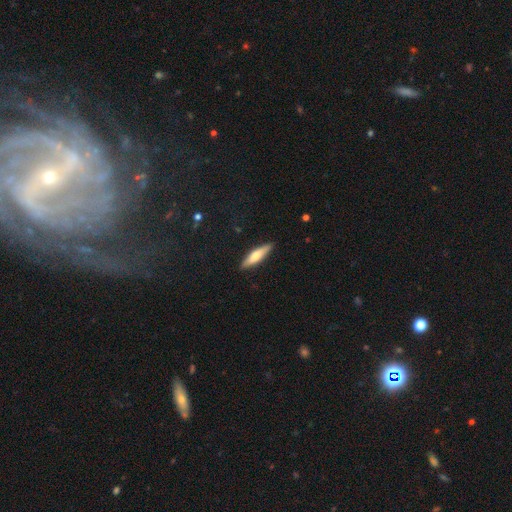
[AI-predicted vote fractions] This is possibly a smooth galaxy (56%). How rounded: likely cigar-shaped (74%). Merging: clearly none (88%).